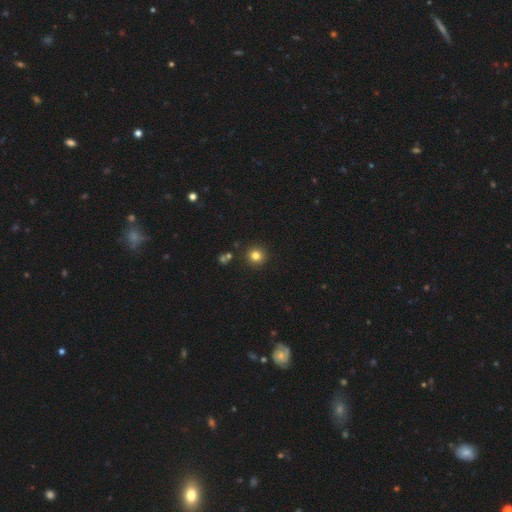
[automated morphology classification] Q: Smooth or featured?
A: smooth (80%); runner-up: star or artifact (14%)
Q: How rounded?
A: round (94%); runner-up: in between (5%)
Q: Merging?
A: none (89%); runner-up: minor disturbance (6%)